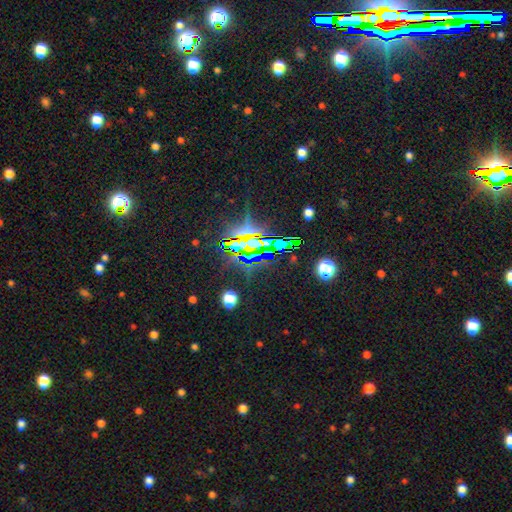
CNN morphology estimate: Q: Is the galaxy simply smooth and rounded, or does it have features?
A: star or artifact — 79%.